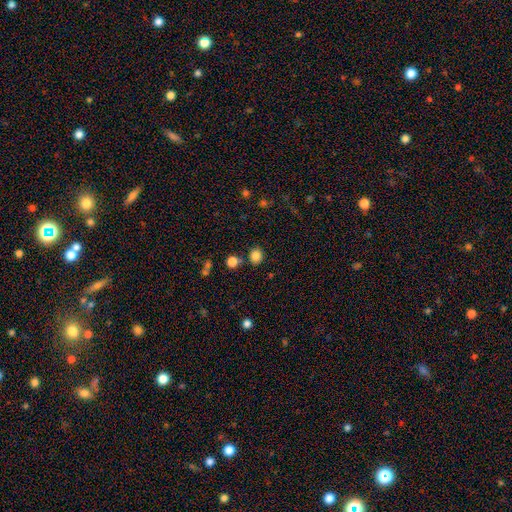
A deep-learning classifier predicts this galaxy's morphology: smooth_or_featured: smooth (p=0.84) [alt: star or artifact p=0.12]
how_rounded: round (p=0.78) [alt: in between p=0.22]
merging: none (p=0.81) [alt: minor disturbance p=0.09]